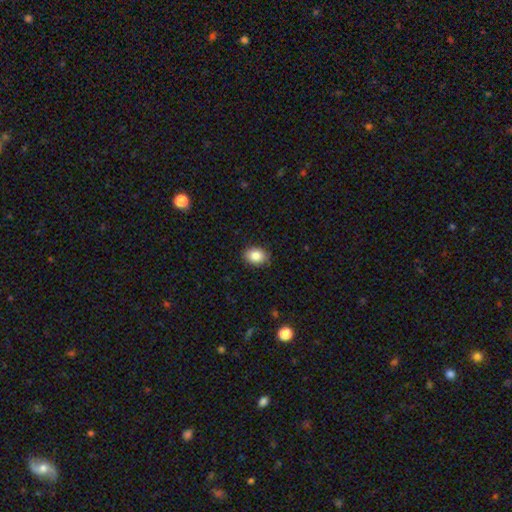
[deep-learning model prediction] A smooth galaxy with no disk features (86%) that is in between round and cigar-shaped (73%). Merging: none (88%).